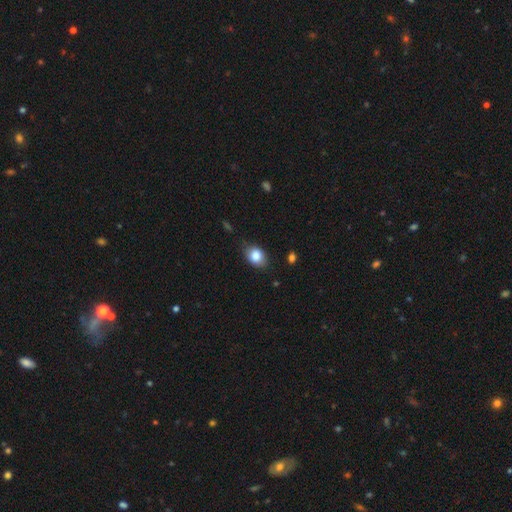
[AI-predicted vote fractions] Smooth or featured: smooth — 84% (star or artifact — 8%)
How rounded: in between — 68% (round — 31%)
Merging: none — 75% (minor disturbance — 19%)